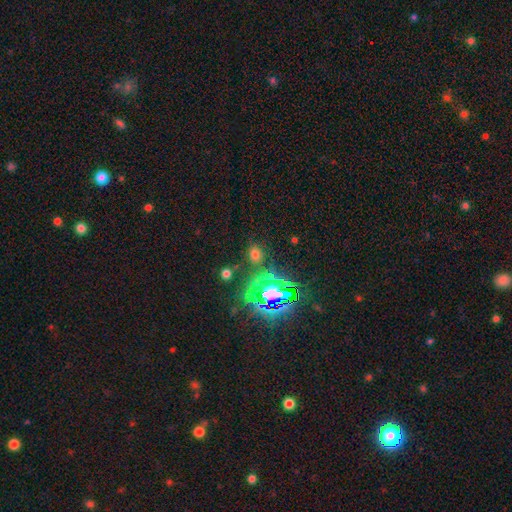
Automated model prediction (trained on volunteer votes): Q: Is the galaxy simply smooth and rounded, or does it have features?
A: star or artifact — 59%.